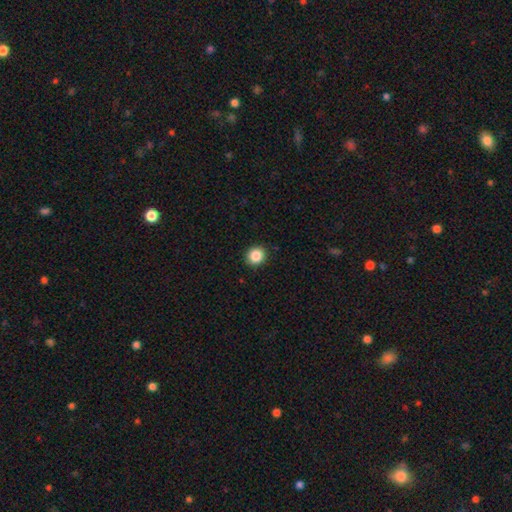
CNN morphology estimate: smooth 87%, star or artifact 10%, featured or disk 4%. Down the decision tree: how rounded — round (85%); merging — none (91%).